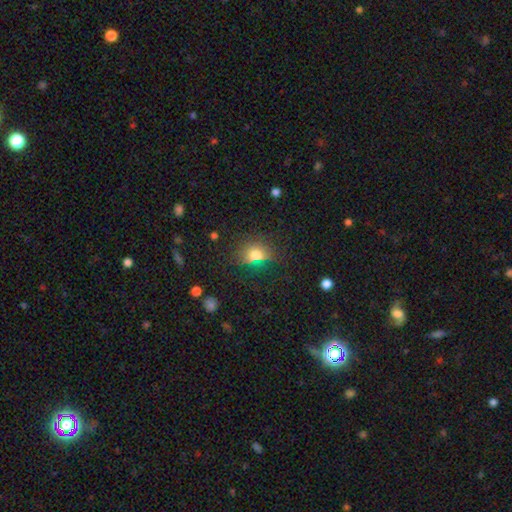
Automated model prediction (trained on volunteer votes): This appears to be a smooth galaxy with no disk features (71%) that is round (60%). Merging: none (78%).